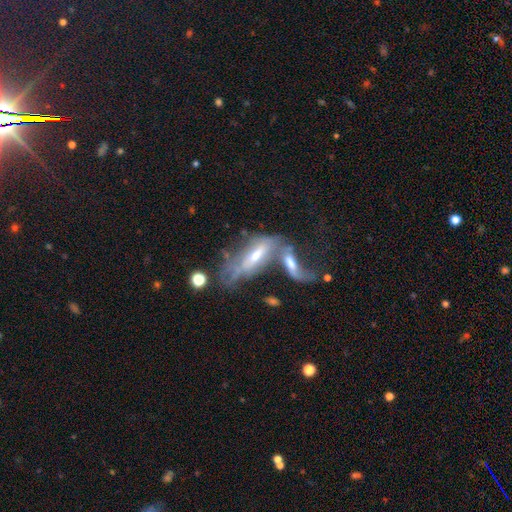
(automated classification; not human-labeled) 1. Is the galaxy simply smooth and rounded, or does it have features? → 63% featured or disk, 29% smooth, 9% star or artifact.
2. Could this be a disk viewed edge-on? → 66% no, 34% yes.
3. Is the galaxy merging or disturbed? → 56% merger, 17% none, 17% major disturbance, 11% minor disturbance.